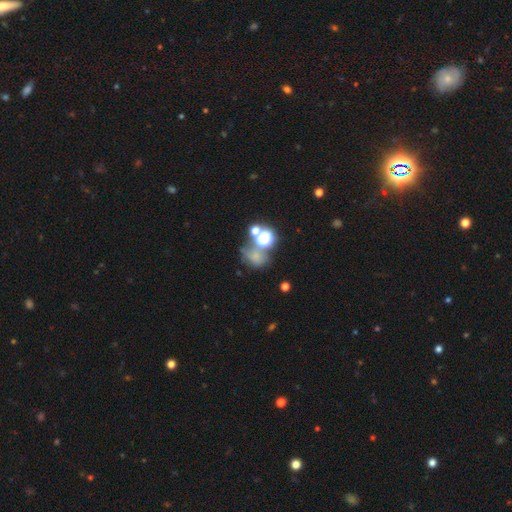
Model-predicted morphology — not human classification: This appears to be a smooth galaxy with no disk features (55%) that is round (60%). Merging: none (42%).